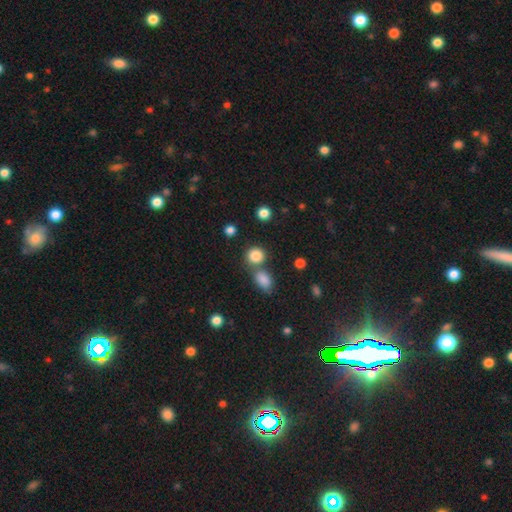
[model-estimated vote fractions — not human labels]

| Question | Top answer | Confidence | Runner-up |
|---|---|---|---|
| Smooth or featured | smooth | 84% | star or artifact (11%) |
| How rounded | round | 78% | in between (21%) |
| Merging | none | 63% | merger (25%) |